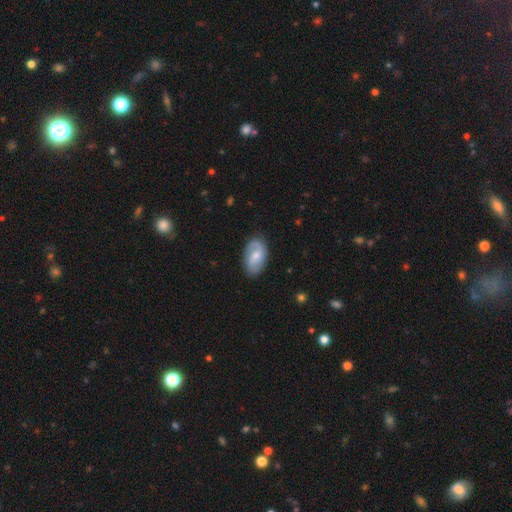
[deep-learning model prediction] Overall: featured or disk (55%; smooth 39%). Edge-on disk: no (95%). Bar: no (52%; weak 41%). Spiral arms: yes (86%). Bulge size: moderate (49%; small 43%). Merging: none (75%).